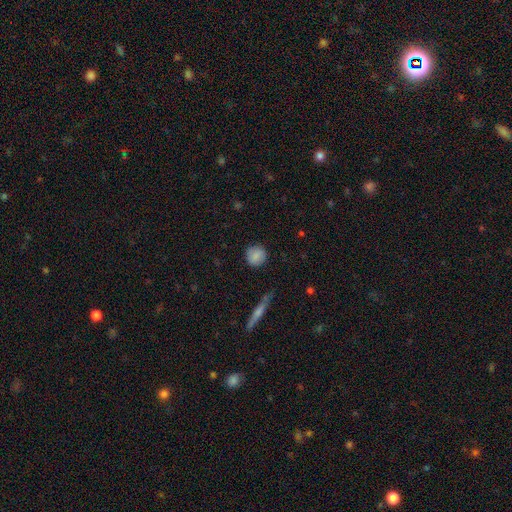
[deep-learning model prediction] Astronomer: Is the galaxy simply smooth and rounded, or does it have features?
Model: smooth — 81%.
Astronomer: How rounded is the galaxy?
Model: round — 90%.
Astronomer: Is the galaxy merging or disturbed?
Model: none — 86%.